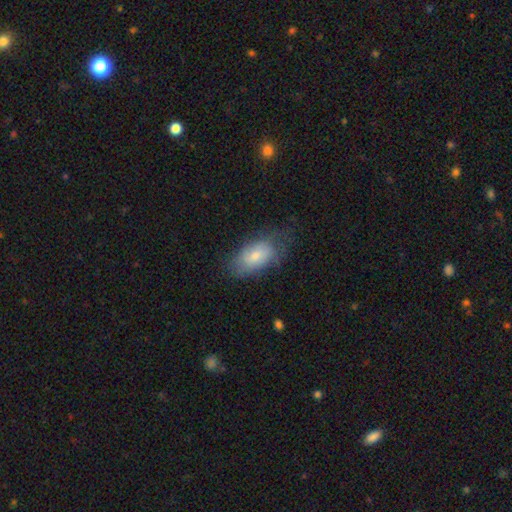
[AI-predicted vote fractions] Smooth or featured?
  - smooth: 70% *
  - featured or disk: 23%
  - star or artifact: 7%
How rounded?
  - in between: 92% *
  - round: 5%
  - cigar-shaped: 3%
Merging?
  - none: 54% *
  - minor disturbance: 29%
  - major disturbance: 15%
  - merger: 2%